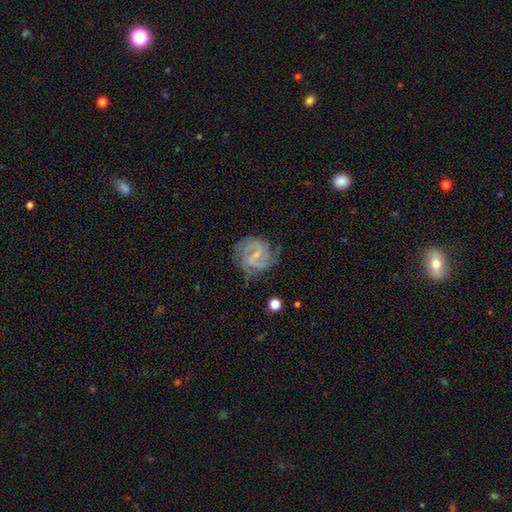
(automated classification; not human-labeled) featured or disk 88%, smooth 7%, star or artifact 6%. Down the decision tree: edge-on disk — no (98%); bar — weak (56%); spiral arms — yes (97%); spiral arm count — 2 (56%); spiral winding — medium (46%); bulge size — small (67%); merging — none (72%).